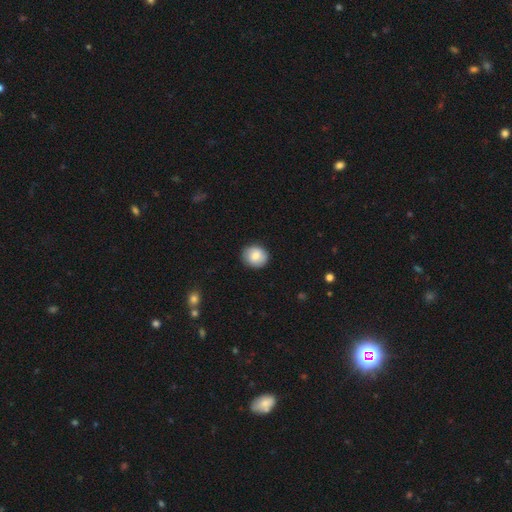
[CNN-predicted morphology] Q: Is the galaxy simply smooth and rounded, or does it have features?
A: smooth — 81%.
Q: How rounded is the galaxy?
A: round — 84%.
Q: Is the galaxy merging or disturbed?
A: none — 89%.